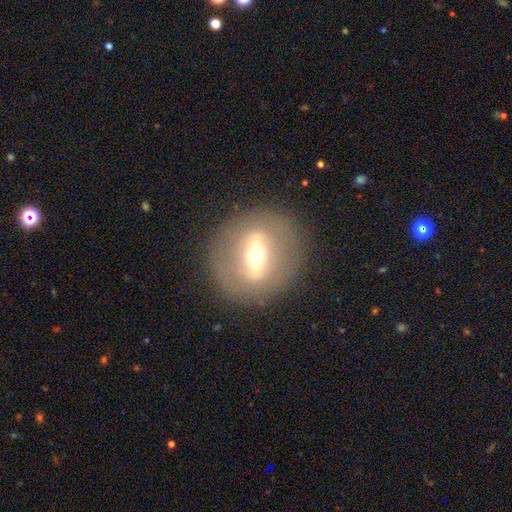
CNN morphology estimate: Overall: featured or disk (67%). Edge-on disk: no (70%). Merging: none (84%).